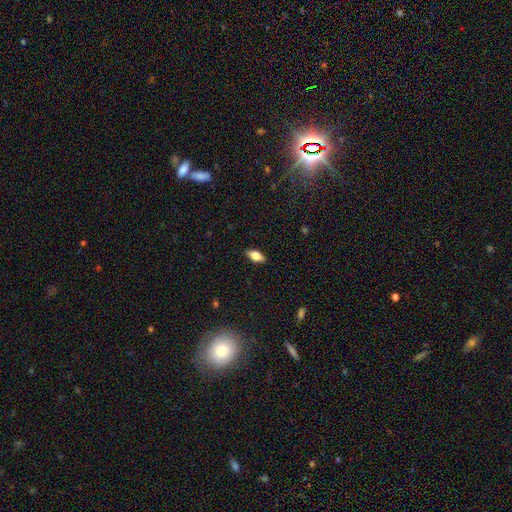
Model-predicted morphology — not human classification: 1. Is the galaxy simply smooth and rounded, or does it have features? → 74% smooth, 18% featured or disk, 8% star or artifact.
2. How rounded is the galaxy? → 85% in between, 11% cigar-shaped, 3% round.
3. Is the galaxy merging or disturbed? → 88% none, 9% minor disturbance, 2% major disturbance, 1% merger.